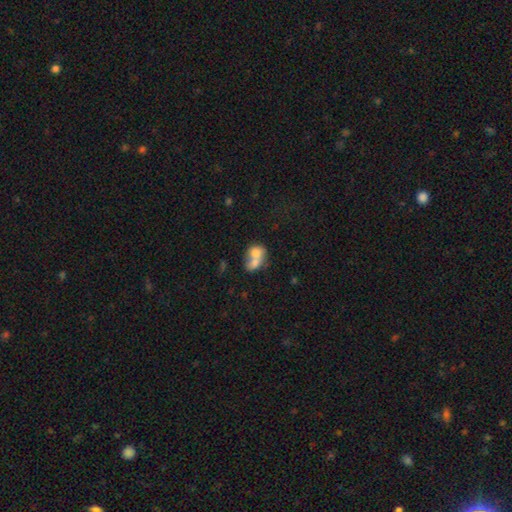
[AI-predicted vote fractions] Smooth or featured? Predicted: smooth (p=0.70). How rounded? Predicted: in between (p=0.52). Merging? Predicted: merger (p=0.76).